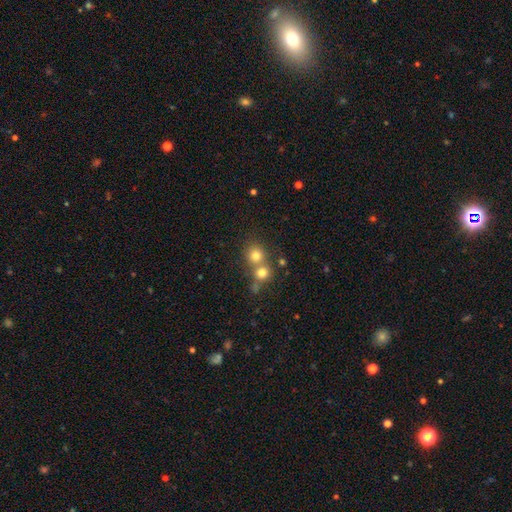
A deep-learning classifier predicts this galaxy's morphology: Smooth or featured? Predicted: smooth (p=0.77). How rounded? Predicted: round (p=0.87). Merging? Predicted: none (p=0.49).